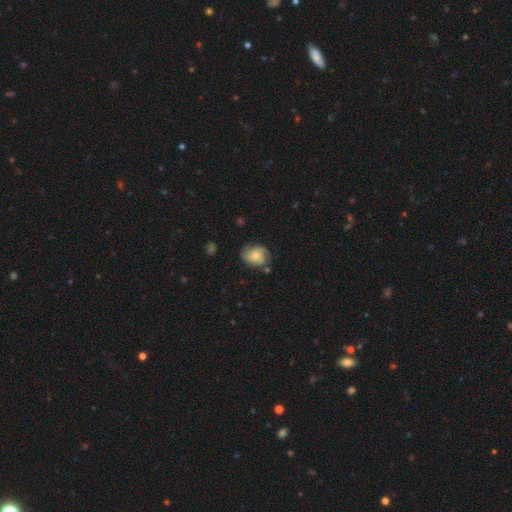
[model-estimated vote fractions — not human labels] smooth-or-featured: featured or disk: 48% | smooth: 44% | star or artifact: 8%
  merging: none: 61% | minor disturbance: 25% | major disturbance: 9% | merger: 4%